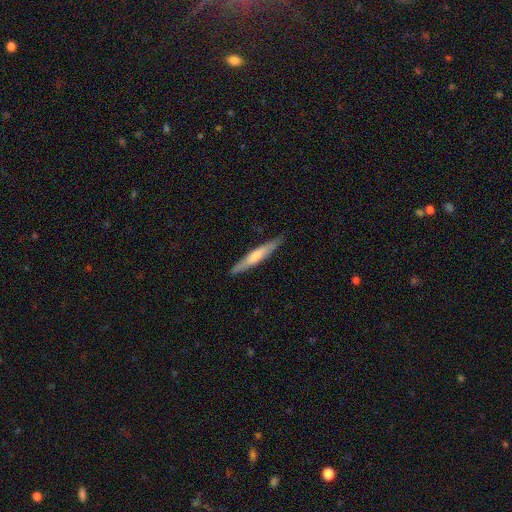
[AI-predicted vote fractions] Smooth or featured?
  - featured or disk: 56% *
  - smooth: 38%
  - star or artifact: 6%
Edge-on disk?
  - yes: 95% *
  - no: 5%
Edge-on bulge?
  - rounded: 59% *
  - none: 27%
  - boxy: 13%
Merging?
  - none: 89% *
  - minor disturbance: 8%
  - major disturbance: 1%
  - merger: 1%